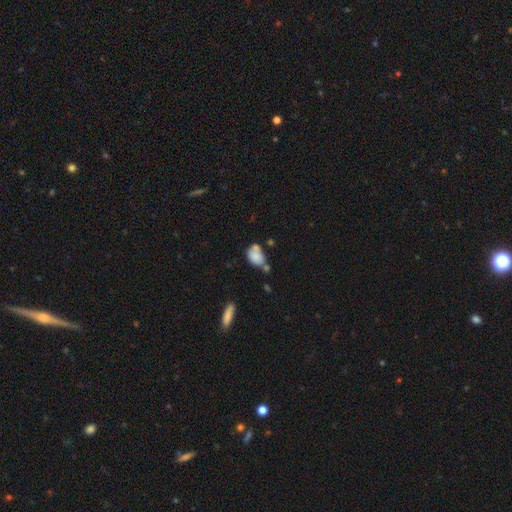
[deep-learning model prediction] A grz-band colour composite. It shows a smooth galaxy with no disk features (79%) that is in between round and cigar-shaped (73%). Merging: none (37%).